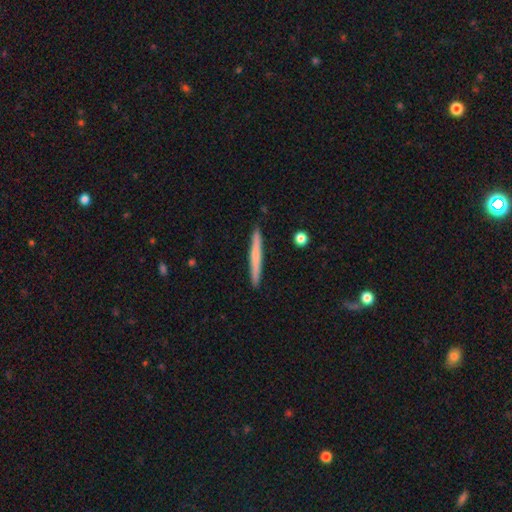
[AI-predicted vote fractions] Q: Smooth or featured?
A: smooth (58%); runner-up: featured or disk (37%)
Q: How rounded?
A: cigar-shaped (97%); runner-up: in between (2%)
Q: Merging?
A: none (92%); runner-up: minor disturbance (6%)